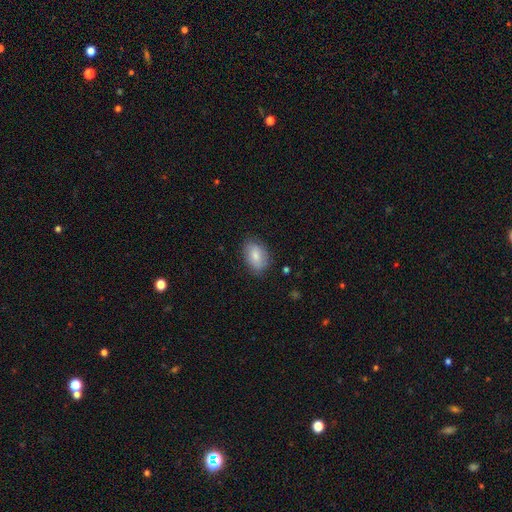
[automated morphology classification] smooth-or-featured: smooth: 79% | featured or disk: 15% | star or artifact: 7%
  how-rounded: in between: 87% | round: 11% | cigar-shaped: 2%
  merging: none: 80% | minor disturbance: 15% | major disturbance: 3% | merger: 1%